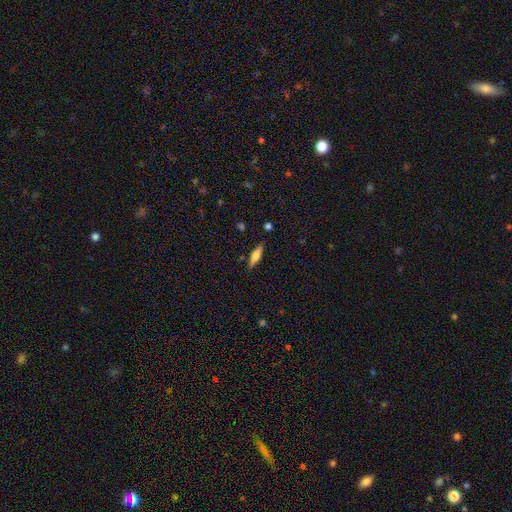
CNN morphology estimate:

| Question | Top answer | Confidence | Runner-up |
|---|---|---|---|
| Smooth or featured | featured or disk | 58% | smooth (35%) |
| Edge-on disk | yes | 96% | no (4%) |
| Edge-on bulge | rounded | 89% | boxy (8%) |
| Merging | none | 88% | minor disturbance (9%) |